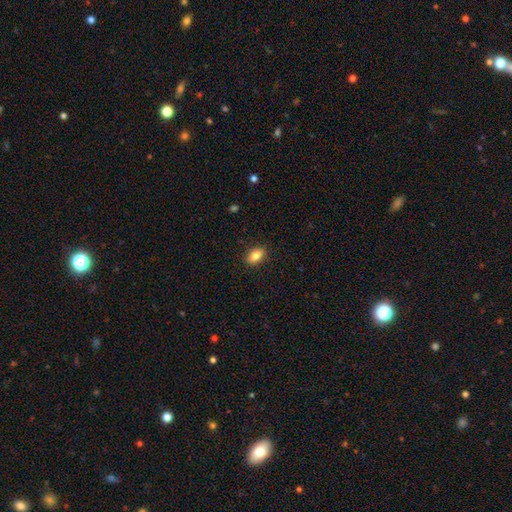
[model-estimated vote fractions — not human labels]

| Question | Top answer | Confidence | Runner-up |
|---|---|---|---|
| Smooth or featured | smooth | 83% | featured or disk (9%) |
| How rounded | in between | 86% | round (12%) |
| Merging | none | 88% | minor disturbance (9%) |